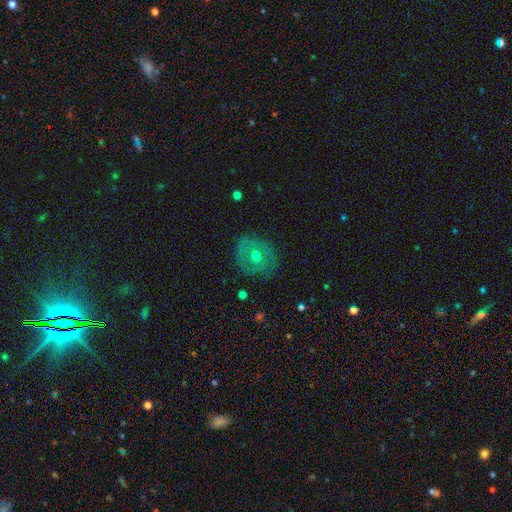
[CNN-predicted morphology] type=featured or disk (61%); edge-on=no (96%); bar=no (76%); spiral arms=yes (57%); bulge=moderate (70%); merging=none (79%).